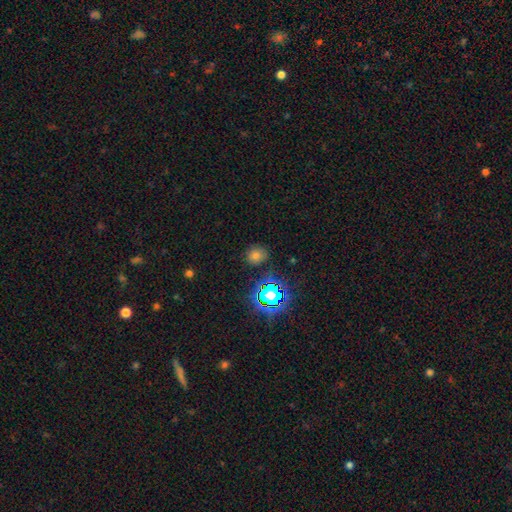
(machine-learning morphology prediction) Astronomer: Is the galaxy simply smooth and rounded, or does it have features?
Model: smooth — 58% (runner-up: star or artifact, 34%).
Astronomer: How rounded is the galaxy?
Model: round — 68%.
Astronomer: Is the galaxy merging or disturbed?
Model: none — 84%.